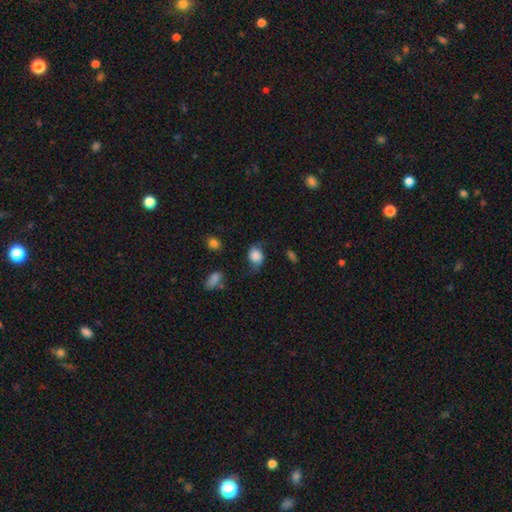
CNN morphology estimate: This is likely a smooth galaxy (73%). How rounded: possibly round (50%). Merging: possibly none (52%).